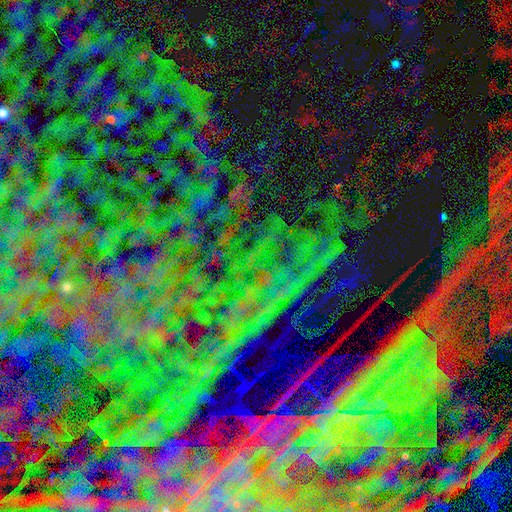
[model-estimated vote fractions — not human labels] This is clearly a star or artifact rather than a galaxy (84%).